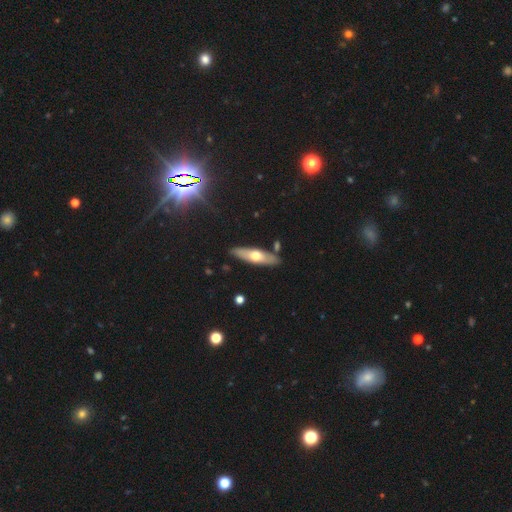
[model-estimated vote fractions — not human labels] Smooth or featured: smooth — 49% (featured or disk — 45%)
Merging: none — 85% (minor disturbance — 10%)